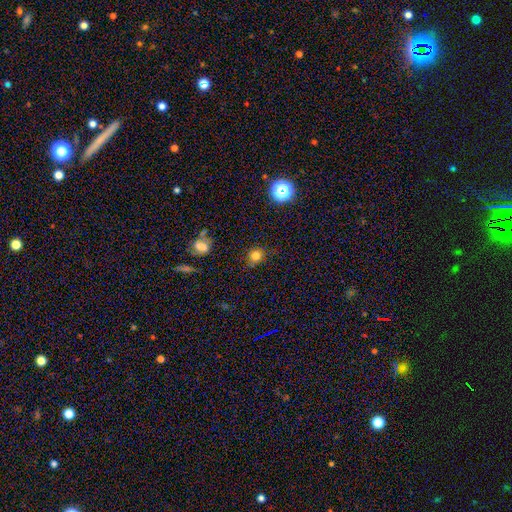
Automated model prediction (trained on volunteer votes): Smooth or featured: smooth — 76% (star or artifact — 17%)
How rounded: round — 80% (in between — 18%)
Merging: none — 77% (minor disturbance — 16%)